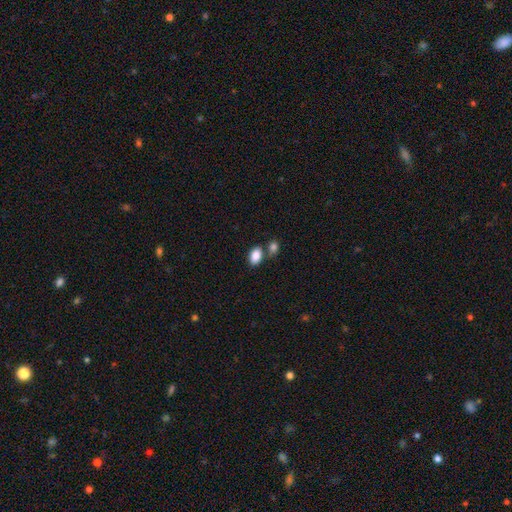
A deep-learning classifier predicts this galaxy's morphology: A smooth galaxy with no disk features (87%) that is in between round and cigar-shaped (88%).

Vote fractions:
- Smooth or featured? smooth: 87% / star or artifact: 8% / featured or disk: 5%
- How rounded? in between: 88% / round: 11% / cigar-shaped: 1%
- Merging? none: 58% / merger: 28% / minor disturbance: 11% / major disturbance: 3%